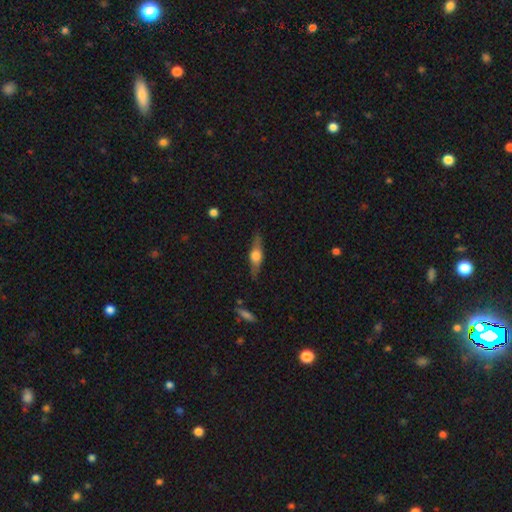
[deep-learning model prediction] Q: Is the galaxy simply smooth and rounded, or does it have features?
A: featured or disk — 62%.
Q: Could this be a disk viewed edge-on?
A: yes — 93%.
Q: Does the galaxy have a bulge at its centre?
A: rounded — 92%.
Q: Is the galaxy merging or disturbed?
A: none — 82%.